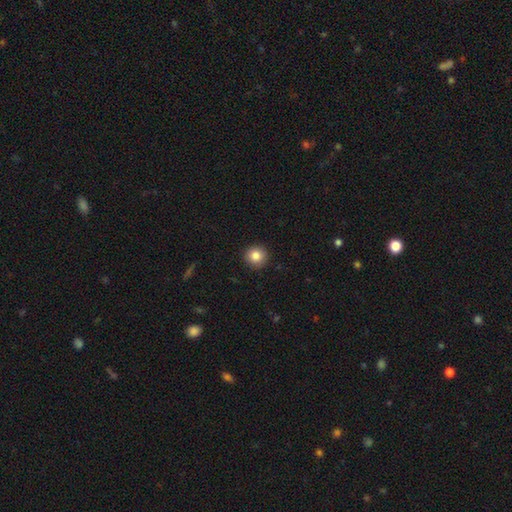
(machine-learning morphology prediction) type=smooth (85%); roundness=round (94%); merging=none (92%).